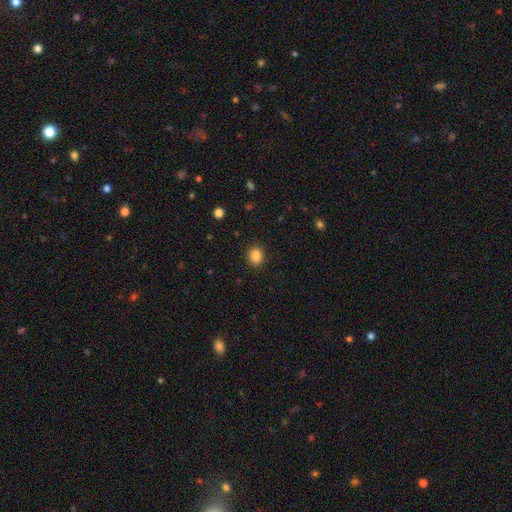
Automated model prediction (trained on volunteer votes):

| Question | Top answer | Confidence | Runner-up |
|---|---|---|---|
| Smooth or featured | smooth | 85% | star or artifact (10%) |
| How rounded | round | 70% | in between (30%) |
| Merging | none | 90% | minor disturbance (7%) |